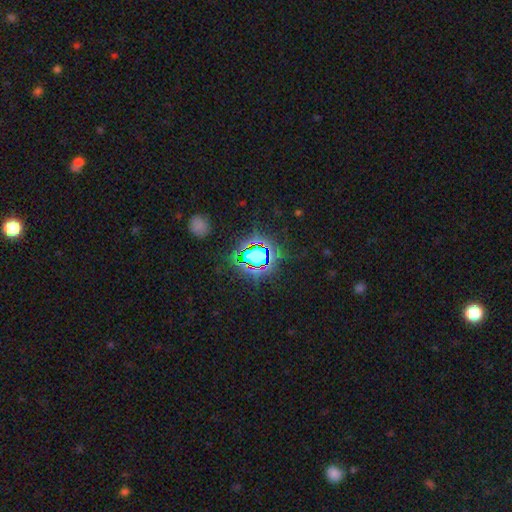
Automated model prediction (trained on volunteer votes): Overall: star or artifact (72%).